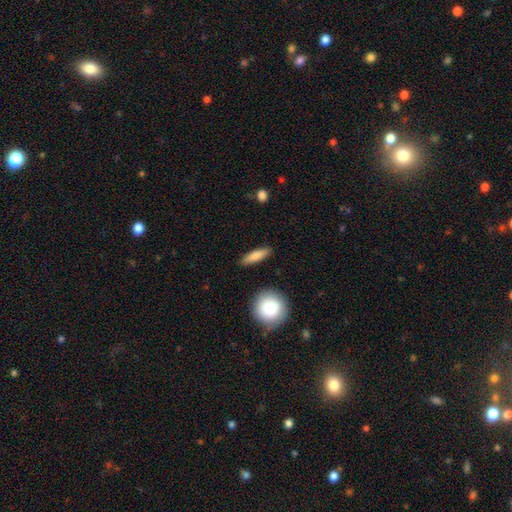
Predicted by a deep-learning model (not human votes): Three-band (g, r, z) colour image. It shows a smooth galaxy with no disk features (81%) that is cigar-shaped (56%). Merging: none (88%).